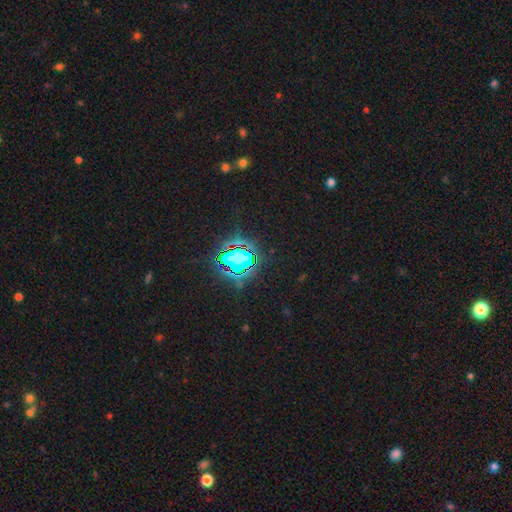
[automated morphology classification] Smooth or featured?
  - star or artifact: 83% *
  - smooth: 10%
  - featured or disk: 7%